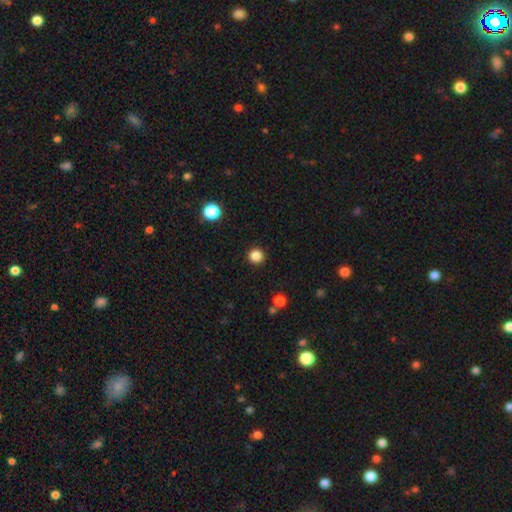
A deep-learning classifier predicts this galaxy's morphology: Smooth or featured? Predicted: smooth (p=0.85). How rounded? Predicted: round (p=0.95). Merging? Predicted: none (p=0.92).